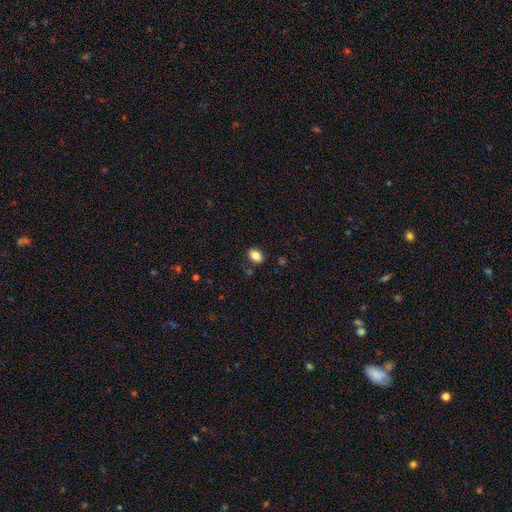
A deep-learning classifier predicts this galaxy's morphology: smooth 85%, star or artifact 9%, featured or disk 6%. Down the decision tree: how rounded — in between (78%); merging — none (85%).